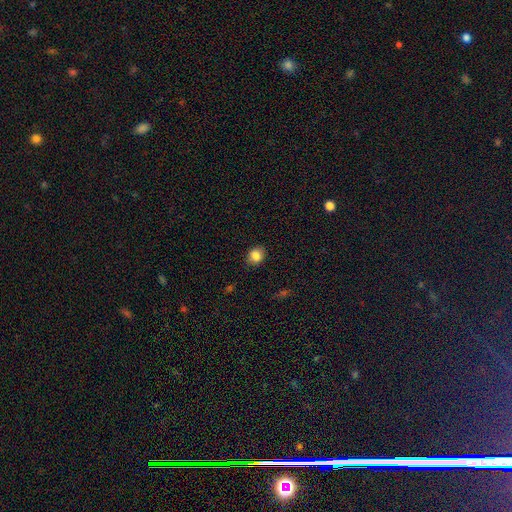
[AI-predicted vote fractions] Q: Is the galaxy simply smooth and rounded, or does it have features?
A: smooth — 84%.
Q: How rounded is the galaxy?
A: round — 55%.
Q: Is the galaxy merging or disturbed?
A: none — 87%.